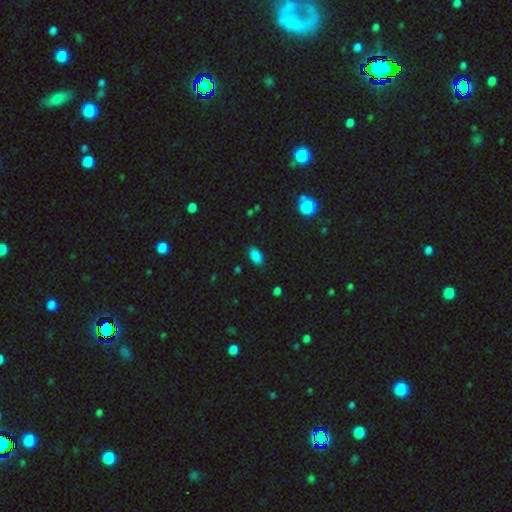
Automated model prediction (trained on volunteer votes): A smooth galaxy with no disk features (85%) that is in between round and cigar-shaped (92%).

Vote fractions:
- Smooth or featured? smooth: 85% / star or artifact: 11% / featured or disk: 4%
- How rounded? in between: 92% / round: 5% / cigar-shaped: 3%
- Merging? none: 85% / minor disturbance: 11% / major disturbance: 3% / merger: 1%